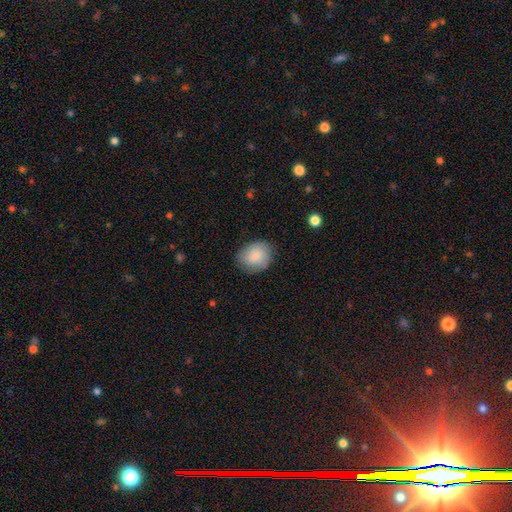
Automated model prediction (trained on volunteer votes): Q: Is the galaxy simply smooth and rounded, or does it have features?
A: smooth — 85%.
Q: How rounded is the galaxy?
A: round — 54%.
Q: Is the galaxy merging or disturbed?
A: none — 76%.